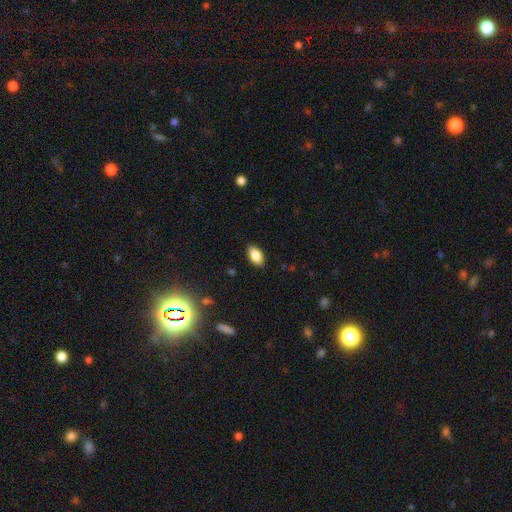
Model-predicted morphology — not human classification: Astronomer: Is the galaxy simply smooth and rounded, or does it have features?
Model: smooth — 83%.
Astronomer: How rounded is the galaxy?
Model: in between — 91%.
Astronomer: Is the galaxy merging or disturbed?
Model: none — 87%.